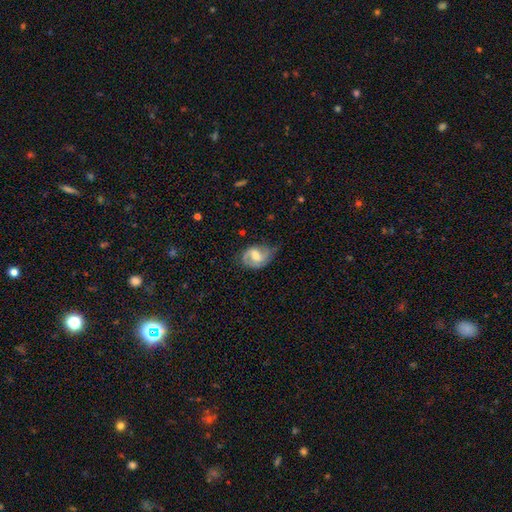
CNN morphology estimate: Smooth or featured: featured or disk — 69% (smooth — 24%)
Edge-on disk: no — 97% (yes — 3%)
Bar: weak — 54% (no — 30%)
Spiral arms: yes — 91% (no — 9%)
Spiral winding: medium — 46% (loose — 28%)
Spiral arm count: 2 — 73% (1 — 14%)
Bulge size: moderate — 46% (small — 21%)
Merging: none — 51% (minor disturbance — 31%)